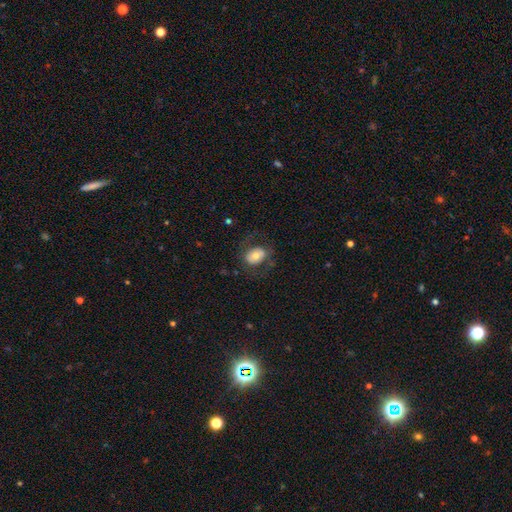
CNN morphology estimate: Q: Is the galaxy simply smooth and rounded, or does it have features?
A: smooth — 64%.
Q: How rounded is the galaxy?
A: in between — 68%.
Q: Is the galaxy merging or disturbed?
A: none — 70%.